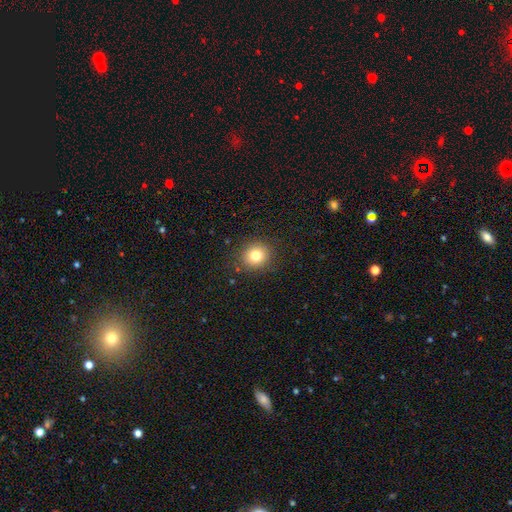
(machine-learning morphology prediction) A smooth galaxy with no disk features (79%) that is round (85%).

Vote fractions:
- Smooth or featured? smooth: 79% / star or artifact: 12% / featured or disk: 9%
- How rounded? round: 85% / in between: 14% / cigar-shaped: 1%
- Merging? none: 88% / minor disturbance: 8% / major disturbance: 3% / merger: 1%